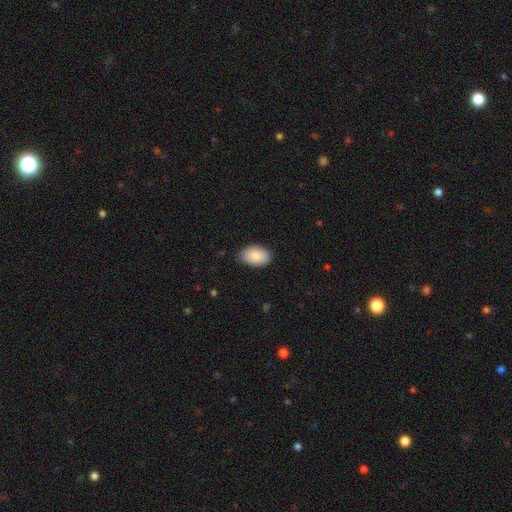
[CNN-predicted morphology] Smooth or featured? Predicted: smooth (p=0.88). How rounded? Predicted: in between (p=0.92). Merging? Predicted: none (p=0.82).